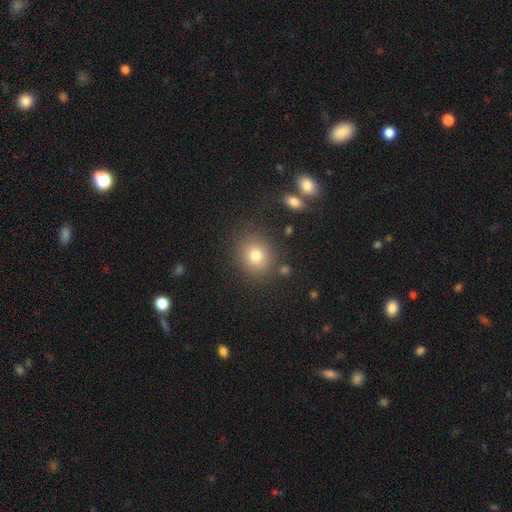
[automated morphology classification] Smooth or featured: smooth — 78% (star or artifact — 12%)
How rounded: round — 79% (in between — 20%)
Merging: none — 84% (minor disturbance — 9%)